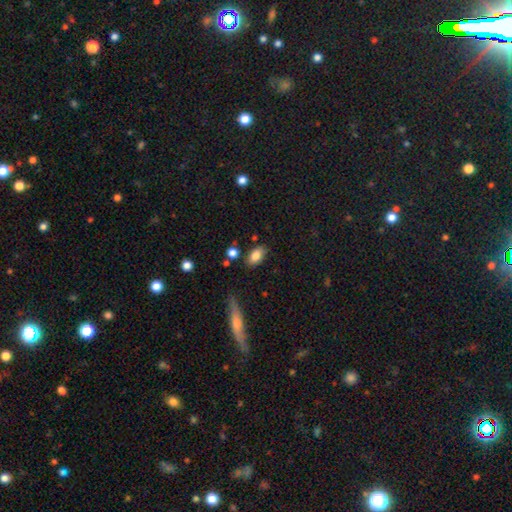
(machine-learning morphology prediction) A smooth galaxy with no disk features (82%) that is in between round and cigar-shaped (90%). Merging: none (79%).